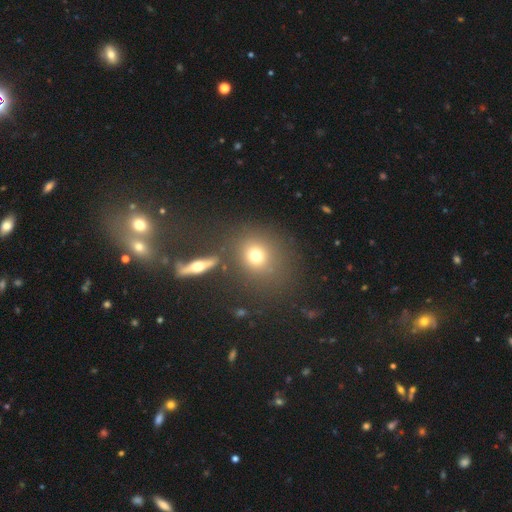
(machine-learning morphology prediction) Overall: smooth (72%). How rounded: round (75%). Merging: none (73%).